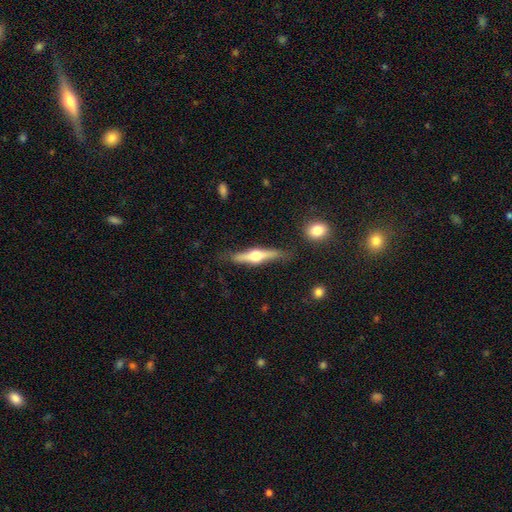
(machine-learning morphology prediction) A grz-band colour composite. It shows a featured or disk galaxy (71%) viewed edge-on (97%) with a rounded central bulge (94%). Merging: none (82%).